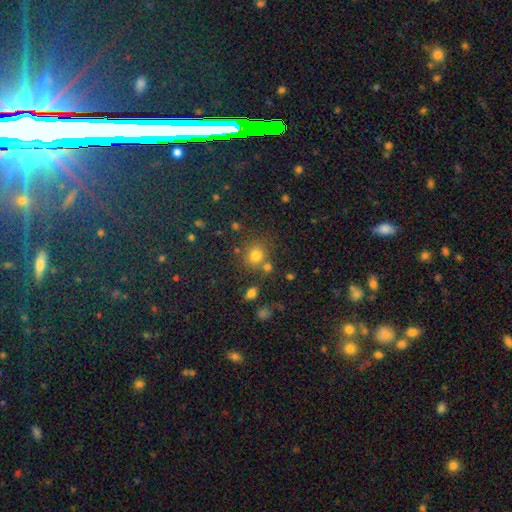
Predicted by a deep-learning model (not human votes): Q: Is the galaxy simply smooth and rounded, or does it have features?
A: smooth — 75%.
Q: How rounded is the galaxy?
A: round — 84%.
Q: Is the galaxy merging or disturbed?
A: none — 71%.